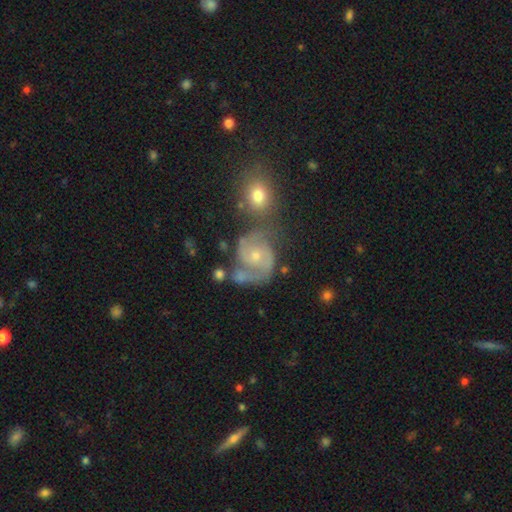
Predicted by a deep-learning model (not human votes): Q: Smooth or featured?
A: featured or disk (82%); runner-up: smooth (10%)
Q: Edge-on disk?
A: no (98%); runner-up: yes (2%)
Q: Bar?
A: no (68%); runner-up: weak (27%)
Q: Spiral arms?
A: yes (95%); runner-up: no (5%)
Q: Spiral winding?
A: medium (48%); runner-up: tight (40%)
Q: Spiral arm count?
A: 2 (75%); runner-up: can't tell (8%)
Q: Bulge size?
A: small (59%); runner-up: moderate (37%)
Q: Merging?
A: none (52%); runner-up: minor disturbance (20%)